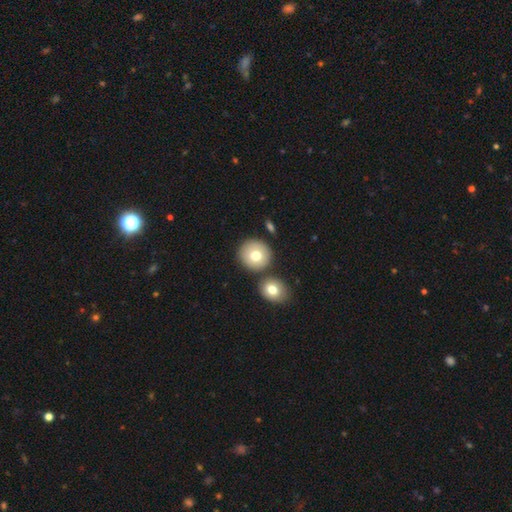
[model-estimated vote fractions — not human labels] smooth 76%, featured or disk 15%, star or artifact 9%. Down the decision tree: how rounded — round (89%); merging — none (75%).